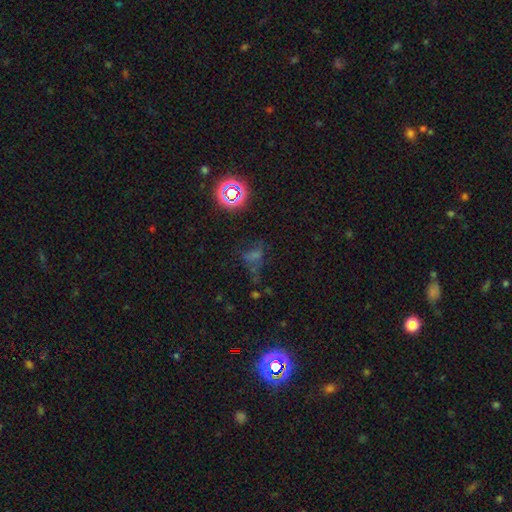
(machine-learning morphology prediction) Q: Smooth or featured?
A: star or artifact (45%); runner-up: smooth (36%)